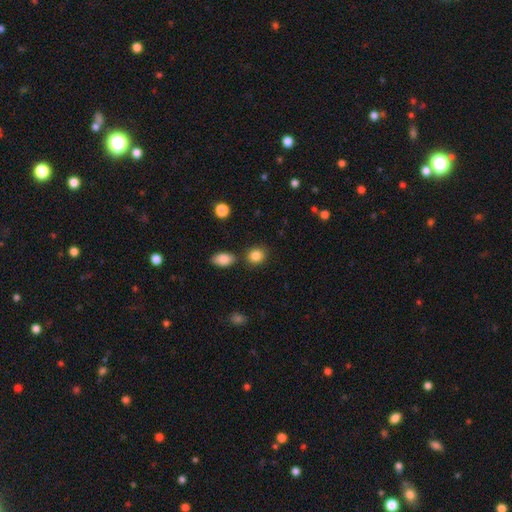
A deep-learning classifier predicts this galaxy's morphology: Smooth or featured: smooth — 86% (star or artifact — 9%)
How rounded: round — 73% (in between — 26%)
Merging: none — 78% (minor disturbance — 10%)